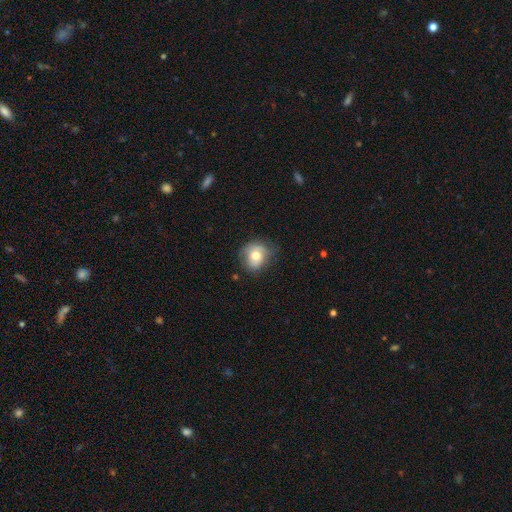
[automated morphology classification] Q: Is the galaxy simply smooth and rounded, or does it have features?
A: smooth — 69%.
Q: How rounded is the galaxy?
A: round — 74%.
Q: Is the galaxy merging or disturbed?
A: none — 64%.